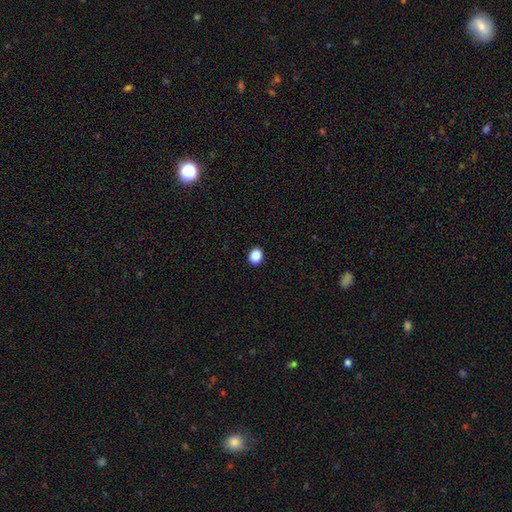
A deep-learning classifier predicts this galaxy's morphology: The model was most divided on "how rounded": round: 62%, in between: 37%, cigar-shaped: 1%. More confident: merging — none (92%); smooth or featured — smooth (89%).